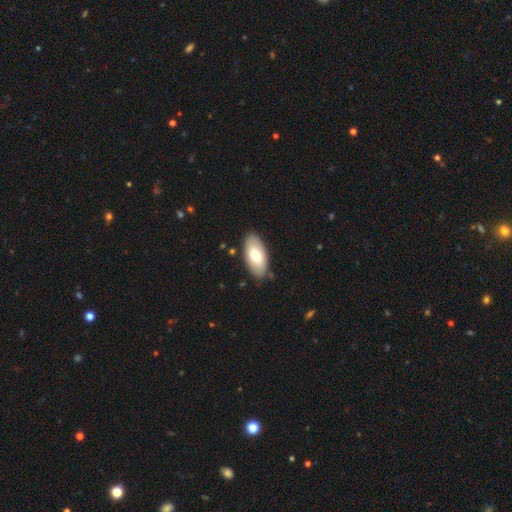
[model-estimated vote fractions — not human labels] Smooth or featured: smooth — 68% (featured or disk — 26%)
How rounded: in between — 93% (cigar-shaped — 5%)
Merging: none — 85% (minor disturbance — 11%)